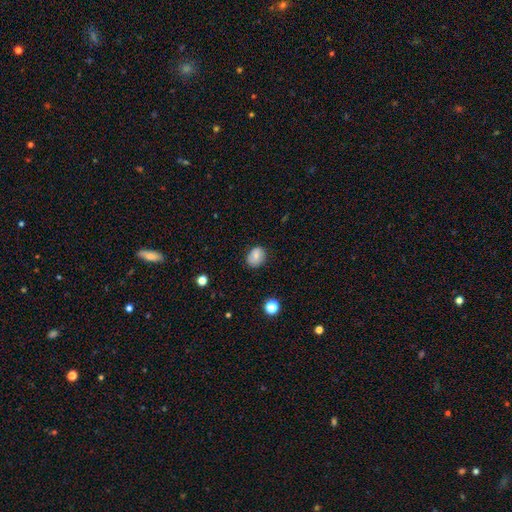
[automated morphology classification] This is likely a smooth galaxy (77%). How rounded: possibly round (52%). Merging: likely none (79%).